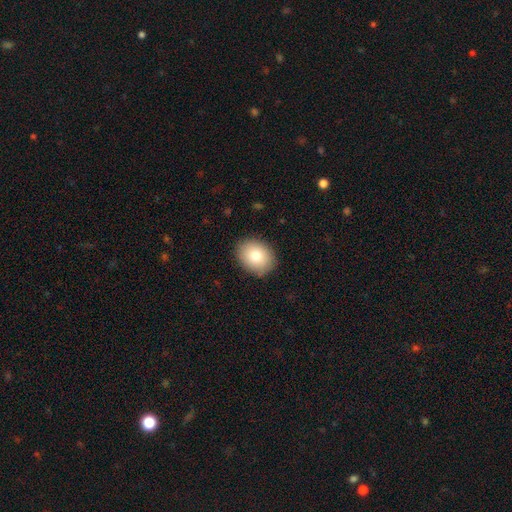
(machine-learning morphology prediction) This appears to be a smooth galaxy with no disk features (82%) that is in between round and cigar-shaped (55%). Merging: none (87%).